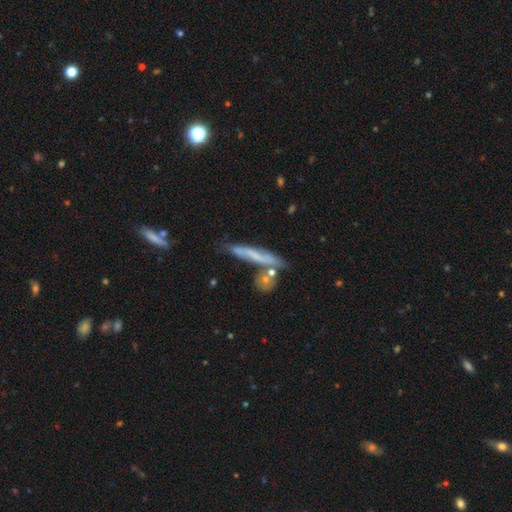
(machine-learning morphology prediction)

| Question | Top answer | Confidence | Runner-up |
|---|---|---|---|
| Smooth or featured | smooth | 46% | featured or disk (45%) |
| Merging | none | 57% | minor disturbance (20%) |